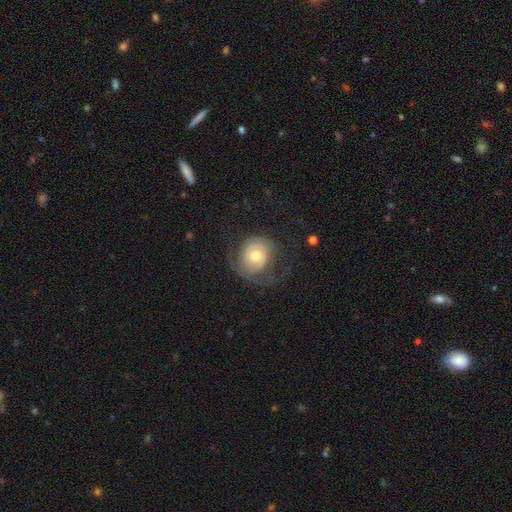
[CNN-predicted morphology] Overall: featured or disk (64%; smooth 29%). Edge-on disk: no (97%). Bar: no (75%). Spiral arms: yes (85%). Spiral arm count: 2 (63%). Spiral winding: medium (38%; tight 34%). Bulge size: moderate (58%; small 32%). Merging: none (54%; major disturbance 26%).